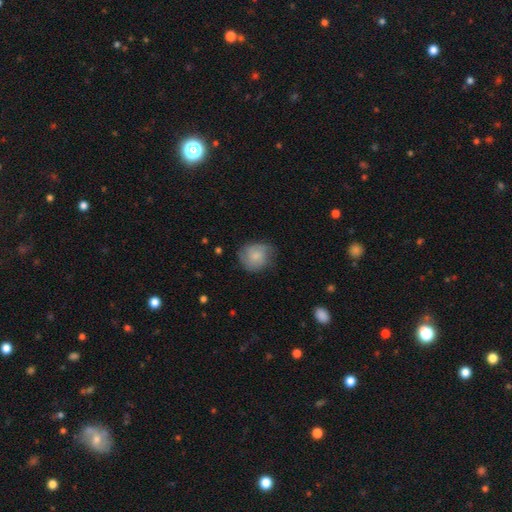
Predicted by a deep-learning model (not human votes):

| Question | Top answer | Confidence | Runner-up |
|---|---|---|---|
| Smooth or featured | smooth | 61% | featured or disk (32%) |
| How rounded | round | 75% | in between (24%) |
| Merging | none | 61% | minor disturbance (28%) |